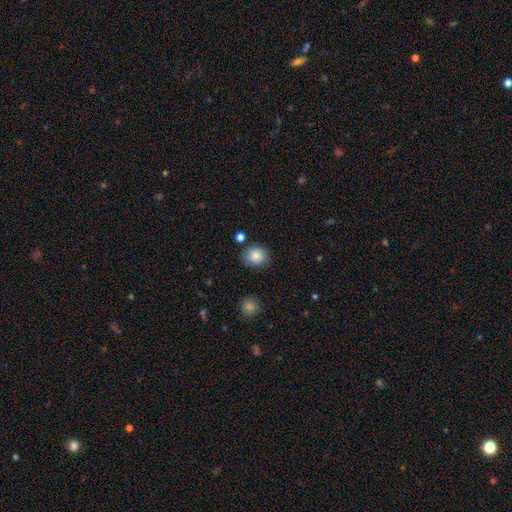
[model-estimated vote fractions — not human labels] A smooth galaxy with no disk features (85%) that is round (78%). Merging: none (81%).